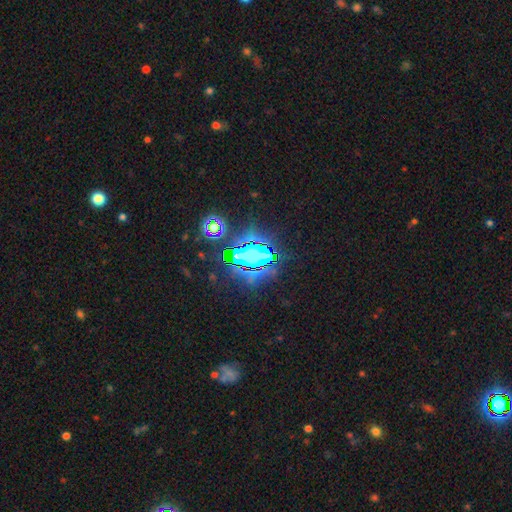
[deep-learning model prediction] Smooth or featured? Predicted: star or artifact (p=0.82).